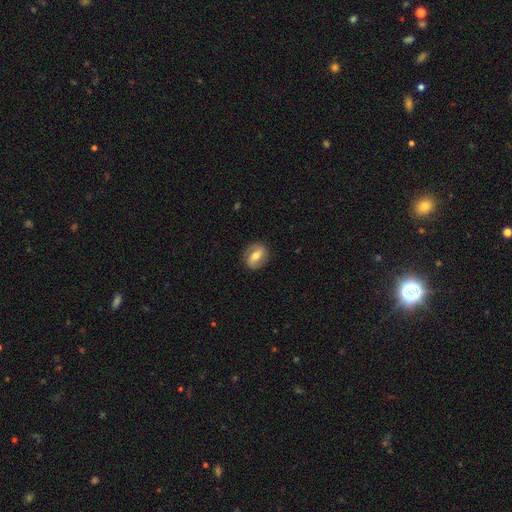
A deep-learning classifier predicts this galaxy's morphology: Smooth or featured: featured or disk — 50% (smooth — 42%)
Edge-on disk: no — 91% (yes — 9%)
Merging: none — 84% (minor disturbance — 12%)